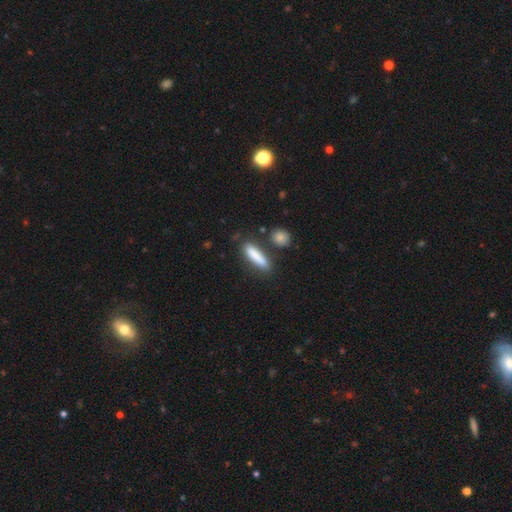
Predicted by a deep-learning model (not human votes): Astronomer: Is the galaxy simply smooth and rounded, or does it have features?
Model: smooth — 83%.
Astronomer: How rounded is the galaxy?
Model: cigar-shaped — 76%.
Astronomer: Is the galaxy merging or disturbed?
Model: none — 77%.